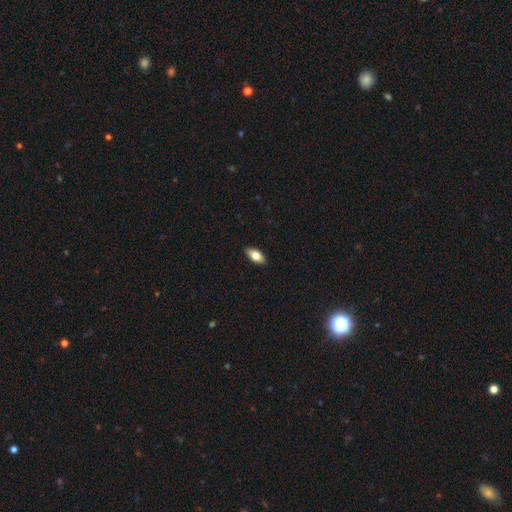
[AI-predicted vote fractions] The model was most divided on "smooth or featured": smooth: 75%, featured or disk: 18%, star or artifact: 6%. More confident: merging — none (90%); how rounded — in between (88%).